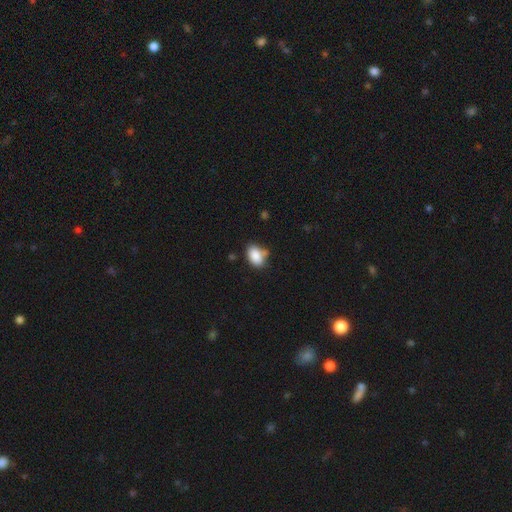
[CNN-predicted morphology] Smooth or featured: smooth — 87% (star or artifact — 8%)
How rounded: in between — 84% (round — 15%)
Merging: none — 64% (minor disturbance — 22%)